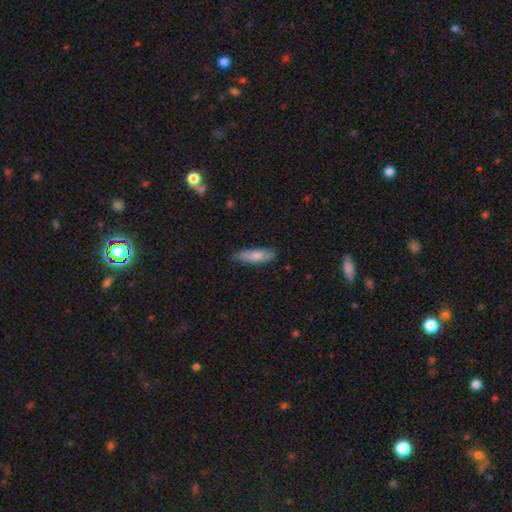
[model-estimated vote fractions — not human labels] A smooth galaxy with no disk features (77%) that is cigar-shaped (50%).

Vote fractions:
- Smooth or featured? smooth: 77% / featured or disk: 18% / star or artifact: 6%
- How rounded? cigar-shaped: 50% / in between: 48% / round: 2%
- Merging? none: 72% / minor disturbance: 23% / major disturbance: 3% / merger: 1%